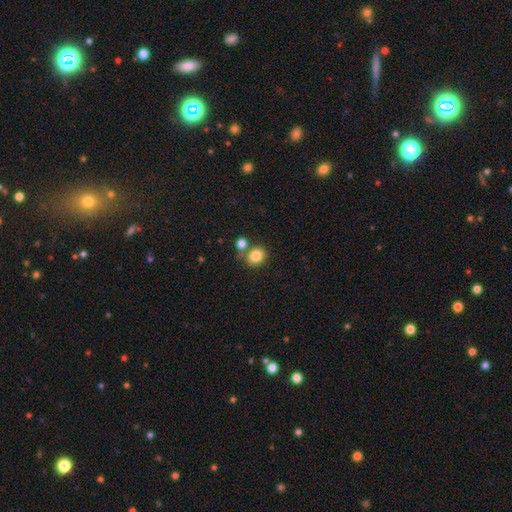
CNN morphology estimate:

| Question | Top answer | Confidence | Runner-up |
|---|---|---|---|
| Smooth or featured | smooth | 84% | star or artifact (10%) |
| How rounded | round | 73% | in between (26%) |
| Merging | none | 64% | merger (22%) |